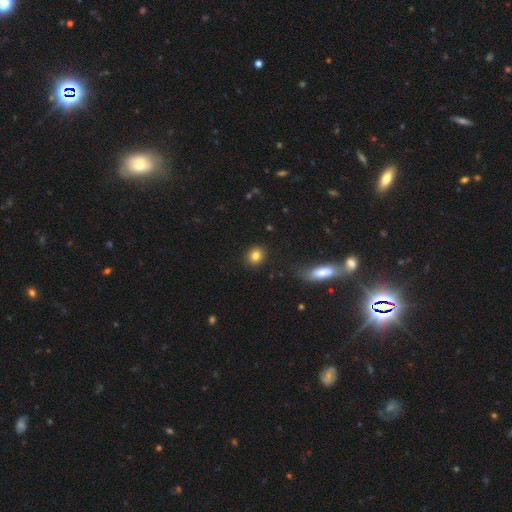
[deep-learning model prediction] Smooth or featured? smooth (84%)
How rounded? round (71%)
Merging? none (89%)